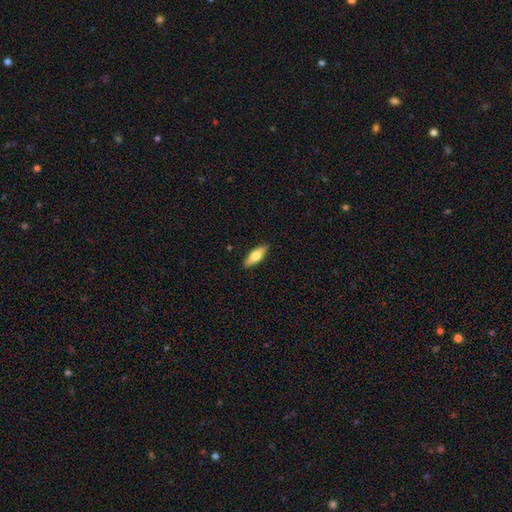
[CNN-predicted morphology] smooth-or-featured: smooth: 52% | featured or disk: 42% | star or artifact: 6%
  how-rounded: in between: 51% | cigar-shaped: 47% | round: 3%
  merging: none: 89% | minor disturbance: 8% | major disturbance: 2% | merger: 1%